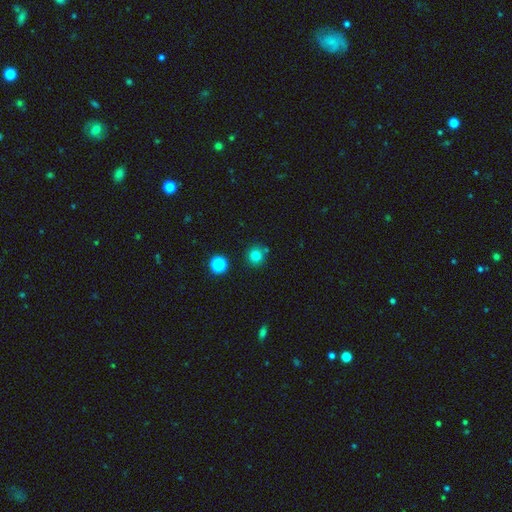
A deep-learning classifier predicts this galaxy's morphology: Smooth or featured? Predicted: smooth (p=0.79). How rounded? Predicted: round (p=0.92). Merging? Predicted: none (p=0.81).